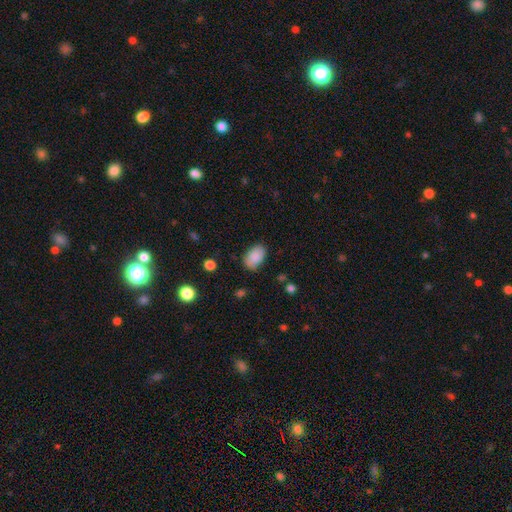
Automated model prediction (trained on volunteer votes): smooth 88%, star or artifact 7%, featured or disk 5%. Down the decision tree: how rounded — in between (91%); merging — none (81%).